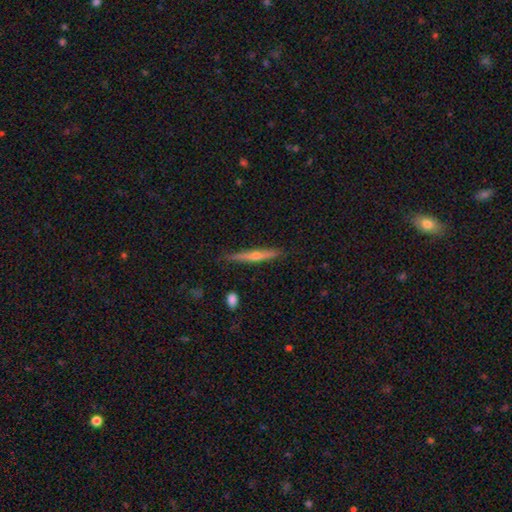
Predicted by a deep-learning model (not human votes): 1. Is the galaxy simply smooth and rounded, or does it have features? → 64% featured or disk, 29% smooth, 7% star or artifact.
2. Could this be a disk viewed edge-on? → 97% yes, 3% no.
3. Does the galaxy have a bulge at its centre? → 84% rounded, 13% none, 3% boxy.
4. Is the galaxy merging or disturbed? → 86% none, 11% minor disturbance, 2% major disturbance, 1% merger.